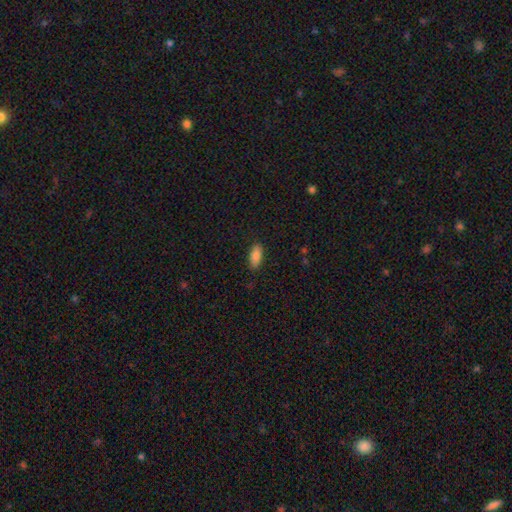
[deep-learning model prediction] A smooth galaxy with no disk features (83%) that is in between round and cigar-shaped (86%).

Vote fractions:
- Smooth or featured? smooth: 83% / featured or disk: 10% / star or artifact: 7%
- How rounded? in between: 86% / cigar-shaped: 11% / round: 2%
- Merging? none: 87% / minor disturbance: 10% / major disturbance: 2% / merger: 1%